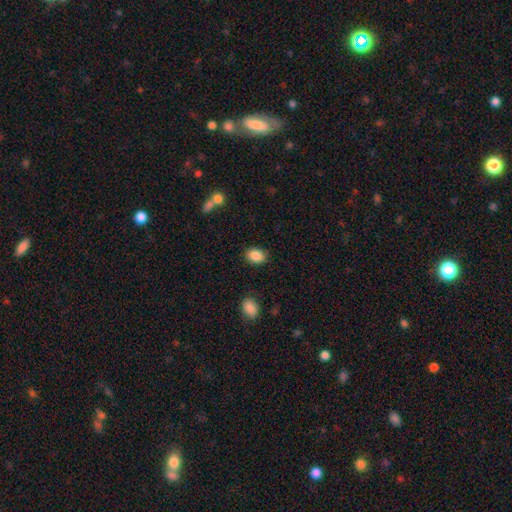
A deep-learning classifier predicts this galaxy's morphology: The model was most divided on "how rounded": in between: 73%, round: 25%, cigar-shaped: 1%. More confident: smooth or featured — smooth (87%); merging — none (86%).